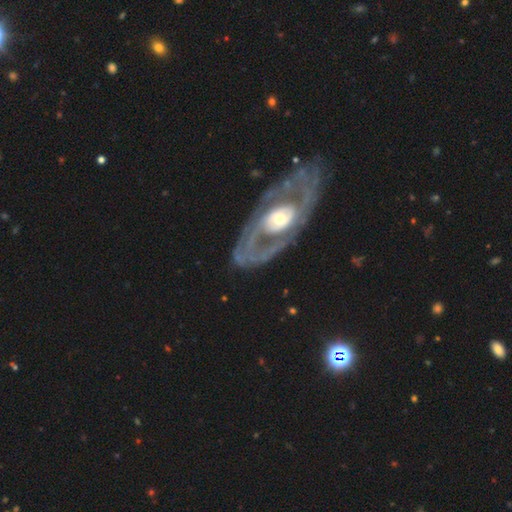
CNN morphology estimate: The model was most divided on "spiral winding": tight: 42%, medium: 39%, loose: 19%. More confident: edge-on disk — no (93%); smooth or featured — featured or disk (86%); spiral arms — yes (75%); merging — none (72%); spiral arm count — 2 (70%); bar — no (67%); bulge size — moderate (55%).